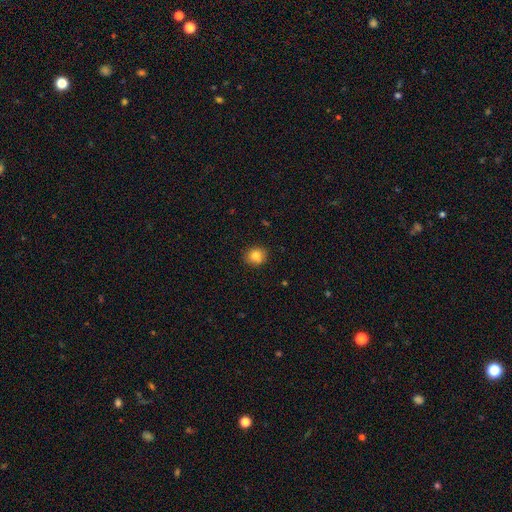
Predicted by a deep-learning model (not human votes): Smooth or featured? smooth (82%)
How rounded? round (74%)
Merging? none (84%)